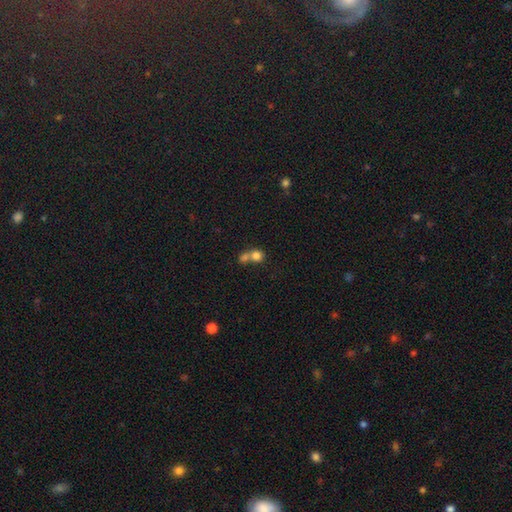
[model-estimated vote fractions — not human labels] Overall: smooth (76%). How rounded: round (76%). Merging: merger (63%; none 27%).